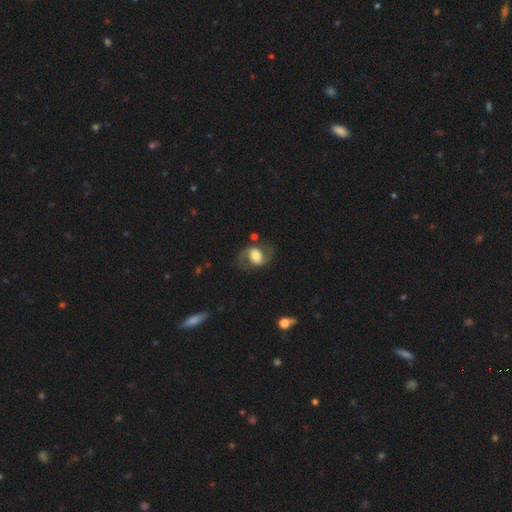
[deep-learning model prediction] Smooth or featured? Predicted: featured or disk (p=0.71). Edge-on disk? Predicted: no (p=0.96). Bar? Predicted: no (p=0.43). Spiral arms? Predicted: yes (p=0.90). Spiral winding? Predicted: medium (p=0.46). Spiral arm count? Predicted: 2 (p=0.91). Bulge size? Predicted: moderate (p=0.46). Merging? Predicted: none (p=0.73).